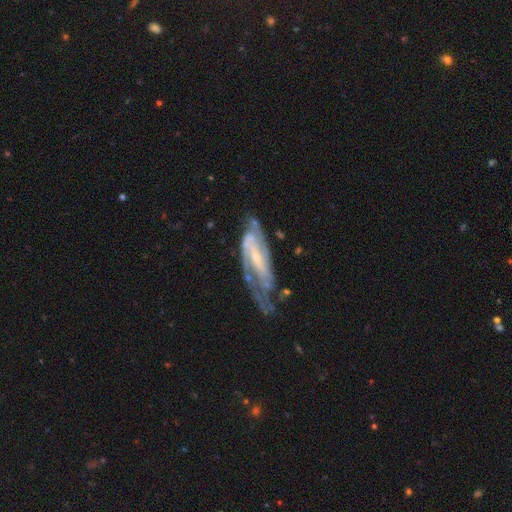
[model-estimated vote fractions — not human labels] The model was most divided on "bar": weak: 39%, strong: 37%, no: 24%. Remaining: spiral arms — yes (94%); edge-on disk — no (88%); smooth or featured — featured or disk (87%); bulge size — small (68%); spiral arm count — 2 (66%); merging — none (55%); spiral winding — medium (44%).